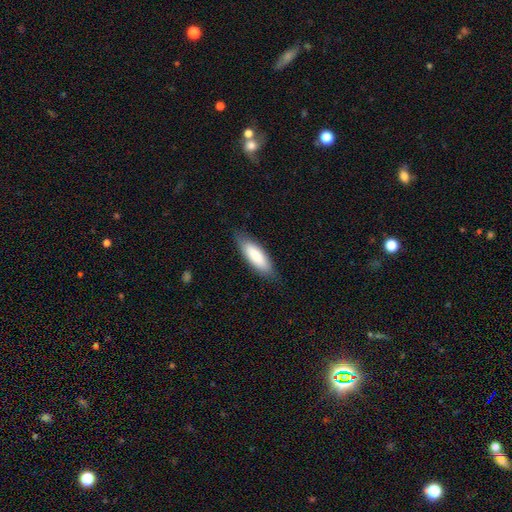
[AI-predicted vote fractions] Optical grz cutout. It shows a smooth galaxy with no disk features (84%) that is in between round and cigar-shaped (59%). Merging: none (82%).